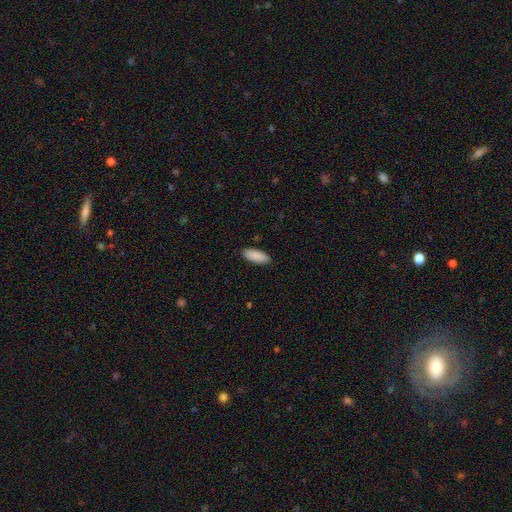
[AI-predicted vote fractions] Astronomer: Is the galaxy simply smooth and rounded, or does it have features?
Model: smooth — 91%.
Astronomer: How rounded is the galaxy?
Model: in between — 79%.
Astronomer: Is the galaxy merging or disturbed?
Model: none — 90%.